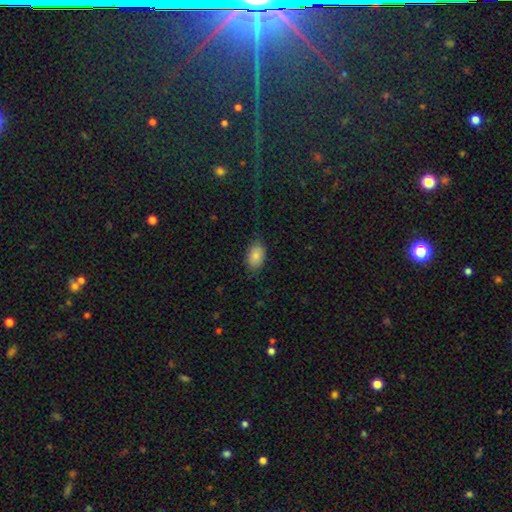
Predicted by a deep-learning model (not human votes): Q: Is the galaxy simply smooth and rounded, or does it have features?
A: smooth — 84%.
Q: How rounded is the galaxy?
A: in between — 90%.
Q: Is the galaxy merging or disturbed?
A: none — 78%.